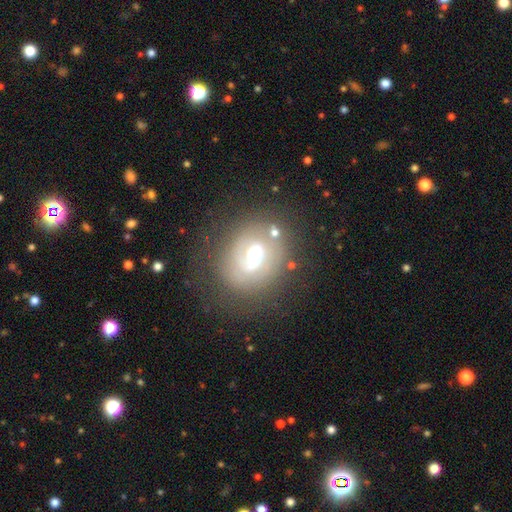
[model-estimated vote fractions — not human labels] smooth_or_featured: featured or disk (p=0.70) [alt: smooth p=0.21]
disk_edge_on: no (p=0.96) [alt: yes p=0.04]
bar: weak (p=0.51) [alt: no p=0.28]
has_spiral_arms: yes (p=0.76) [alt: no p=0.24]
spiral_winding: tight (p=0.44) [alt: medium p=0.36]
spiral_arm_count: 2 (p=0.50) [alt: 1 p=0.22]
bulge_size: moderate (p=0.63) [alt: small p=0.27]
merging: none (p=0.67) [alt: minor disturbance p=0.18]